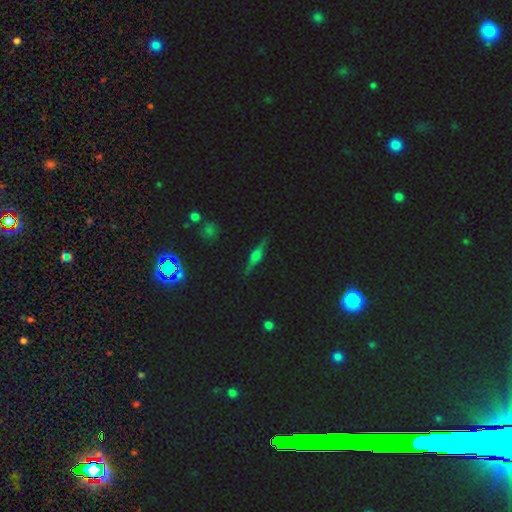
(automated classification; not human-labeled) This appears to be a featured or disk galaxy (62%) viewed edge-on (94%) with a rounded central bulge (77%). Merging: none (86%).